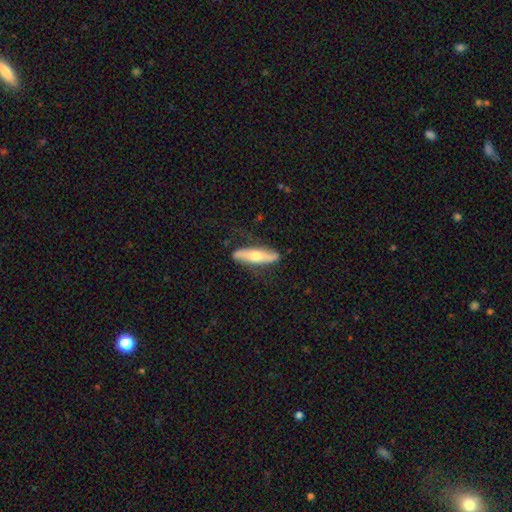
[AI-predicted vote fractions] smooth 48%, featured or disk 46%, star or artifact 5%. Down the decision tree: merging — none (78%).